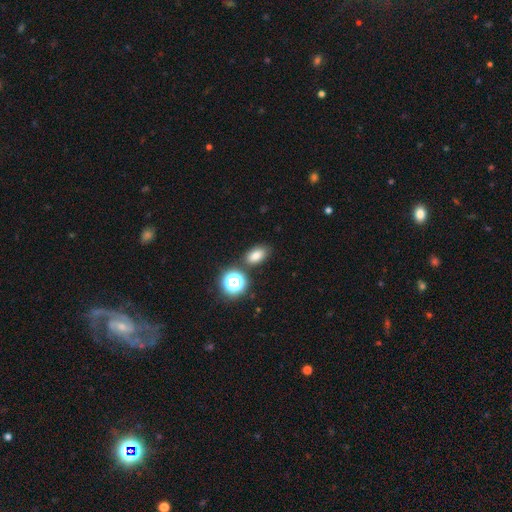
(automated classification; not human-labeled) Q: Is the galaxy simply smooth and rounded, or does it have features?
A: smooth — 77%.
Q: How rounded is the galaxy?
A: in between — 81%.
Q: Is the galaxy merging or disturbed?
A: none — 79%.